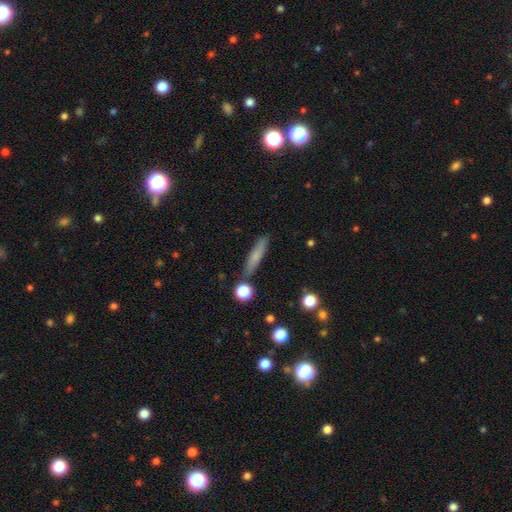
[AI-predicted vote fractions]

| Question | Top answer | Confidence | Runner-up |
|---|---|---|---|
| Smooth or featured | smooth | 72% | featured or disk (20%) |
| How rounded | cigar-shaped | 86% | in between (12%) |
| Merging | none | 83% | minor disturbance (11%) |